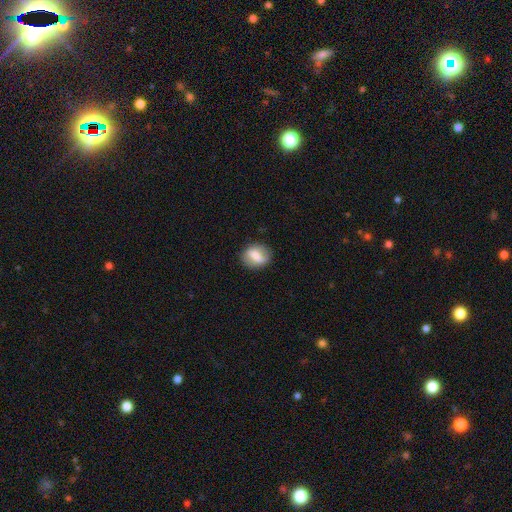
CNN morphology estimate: smooth 60%, featured or disk 32%, star or artifact 8%. Down the decision tree: how rounded — round (53%); merging — none (81%).